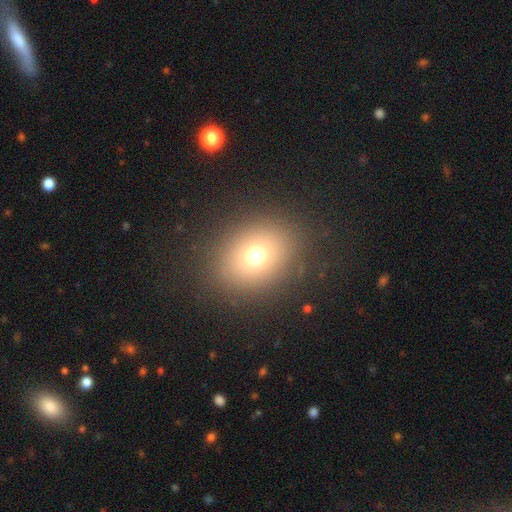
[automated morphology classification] Smooth or featured? smooth (70%)
How rounded? round (57%)
Merging? none (86%)